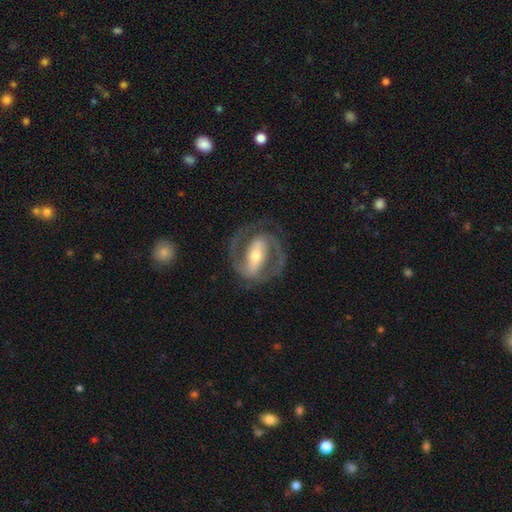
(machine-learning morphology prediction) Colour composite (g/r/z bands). It shows a featured or disk galaxy (89%) with a strong bar (66%), 2 (91%) medium (52%) spiral arms (95%) and a moderate central bulge (55%). Merging: none (80%).